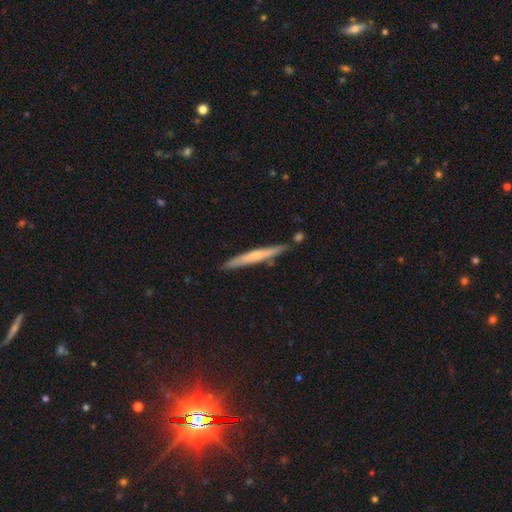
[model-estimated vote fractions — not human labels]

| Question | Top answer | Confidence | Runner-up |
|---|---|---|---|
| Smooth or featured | featured or disk | 47% | tied: smooth (47%) |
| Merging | none | 83% | minor disturbance (11%) |